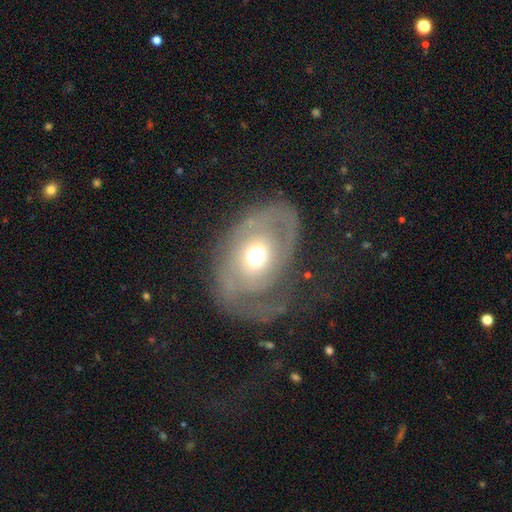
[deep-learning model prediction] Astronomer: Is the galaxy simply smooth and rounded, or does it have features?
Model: featured or disk — 63%.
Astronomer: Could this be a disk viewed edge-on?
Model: no — 94%.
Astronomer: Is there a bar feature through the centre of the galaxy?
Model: no — 83%.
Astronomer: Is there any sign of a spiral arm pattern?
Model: yes — 58% (runner-up: no, 42%).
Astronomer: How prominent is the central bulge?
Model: moderate — 61%.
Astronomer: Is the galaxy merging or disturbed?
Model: none — 45% (runner-up: major disturbance, 33%).